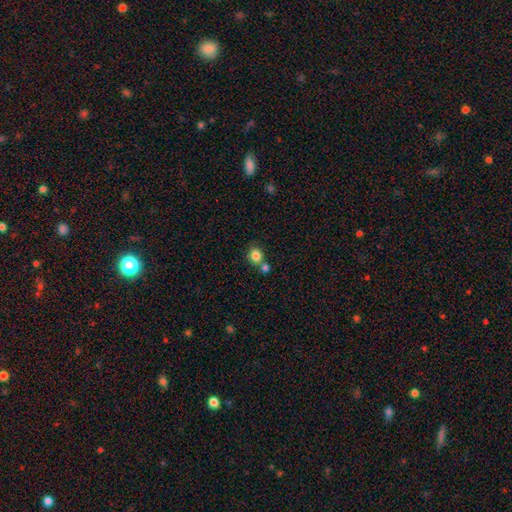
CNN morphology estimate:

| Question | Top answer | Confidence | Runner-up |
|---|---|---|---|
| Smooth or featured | smooth | 83% | star or artifact (10%) |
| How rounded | round | 72% | in between (27%) |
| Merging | none | 59% | merger (29%) |